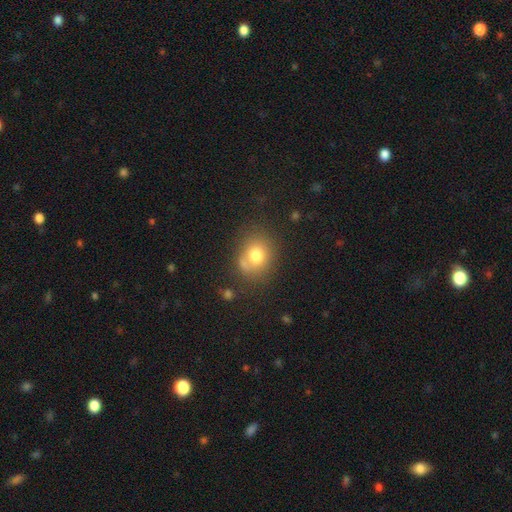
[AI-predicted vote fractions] Smooth or featured? Predicted: smooth (p=0.75). How rounded? Predicted: round (p=0.61). Merging? Predicted: none (p=0.61).